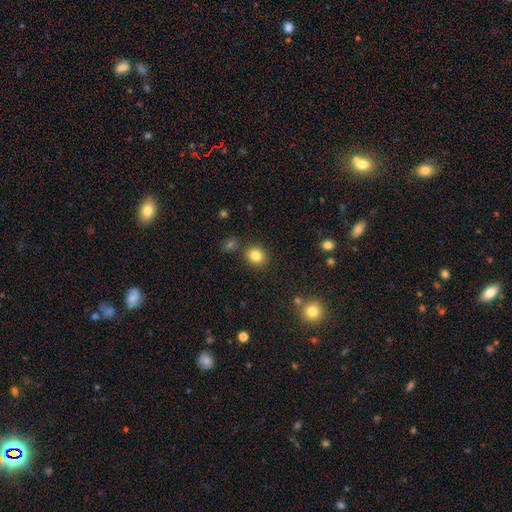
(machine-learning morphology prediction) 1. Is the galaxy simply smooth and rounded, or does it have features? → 83% smooth, 12% star or artifact, 6% featured or disk.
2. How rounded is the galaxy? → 75% round, 25% in between, 1% cigar-shaped.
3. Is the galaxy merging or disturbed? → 83% none, 9% minor disturbance, 5% merger, 3% major disturbance.